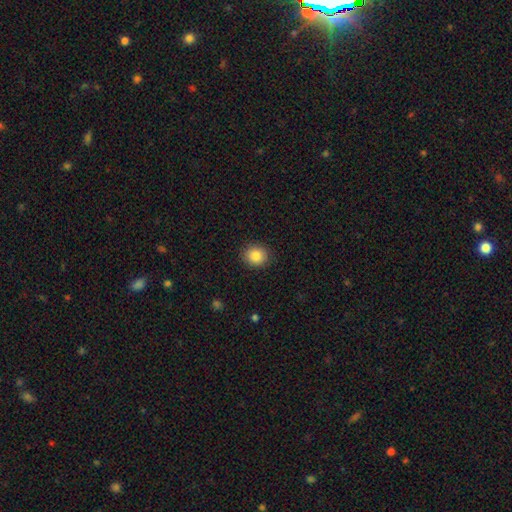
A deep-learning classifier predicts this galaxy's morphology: A smooth galaxy with no disk features (86%) that is round (76%). Merging: none (90%).